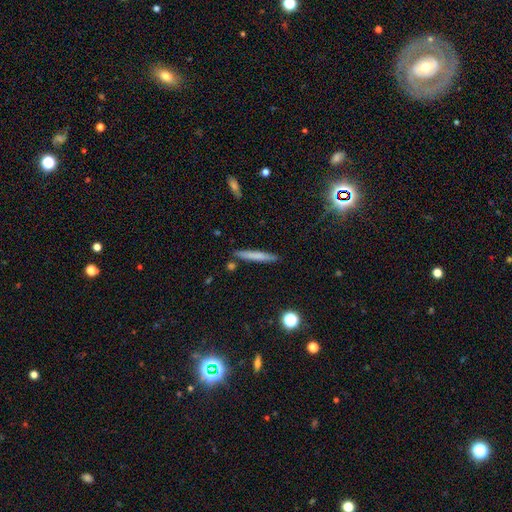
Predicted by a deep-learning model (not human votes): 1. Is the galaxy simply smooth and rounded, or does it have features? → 68% smooth, 24% featured or disk, 8% star or artifact.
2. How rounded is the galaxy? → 95% cigar-shaped, 3% in between, 1% round.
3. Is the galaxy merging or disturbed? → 88% none, 8% minor disturbance, 3% merger, 2% major disturbance.